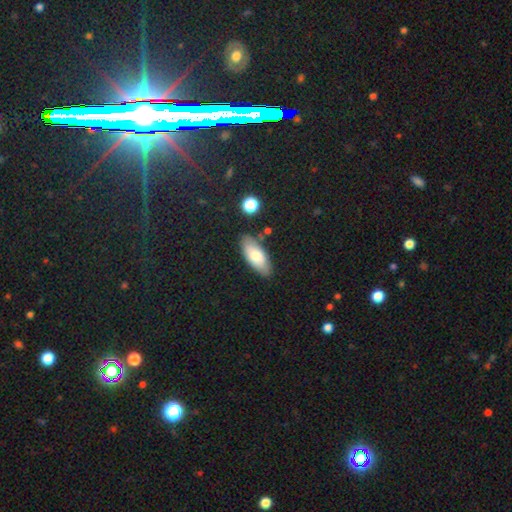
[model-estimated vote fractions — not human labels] Smooth or featured?
  - smooth: 74% *
  - featured or disk: 19%
  - star or artifact: 7%
How rounded?
  - in between: 85% *
  - cigar-shaped: 13%
  - round: 2%
Merging?
  - none: 80% *
  - minor disturbance: 14%
  - merger: 3%
  - major disturbance: 3%